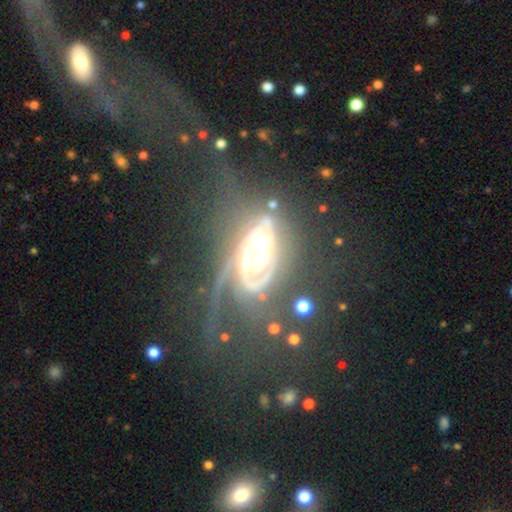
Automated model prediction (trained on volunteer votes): This appears to be a featured or disk galaxy (82%) with no bar (52%), 2 (42%) tight (46%) spiral arms (85%) and a large central bulge (49%). Merging: major disturbance (40%).